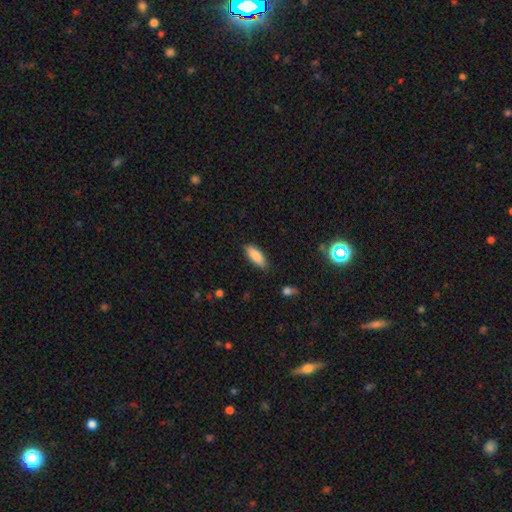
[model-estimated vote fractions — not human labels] This appears to be a smooth galaxy with no disk features (88%) that is in between round and cigar-shaped (79%). Merging: none (83%).